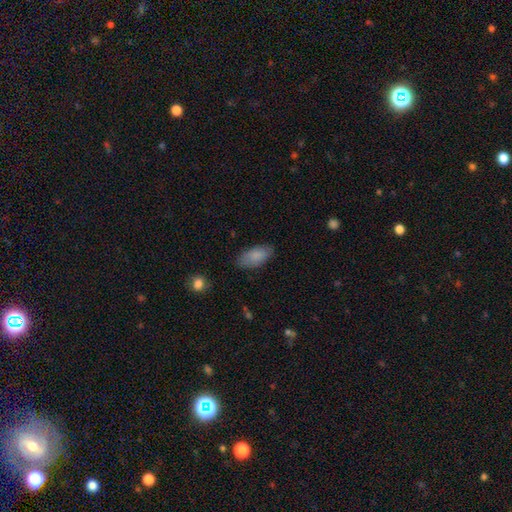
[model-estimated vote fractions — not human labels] This appears to be a smooth galaxy with no disk features (85%) that is in between round and cigar-shaped (92%). Merging: none (80%).